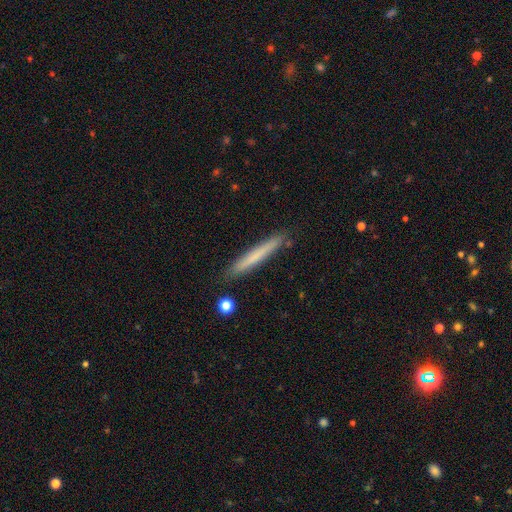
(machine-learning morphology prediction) The model was most divided on "smooth or featured": smooth: 66%, featured or disk: 28%, star or artifact: 6%. More confident: how rounded — cigar-shaped (96%); merging — none (88%).